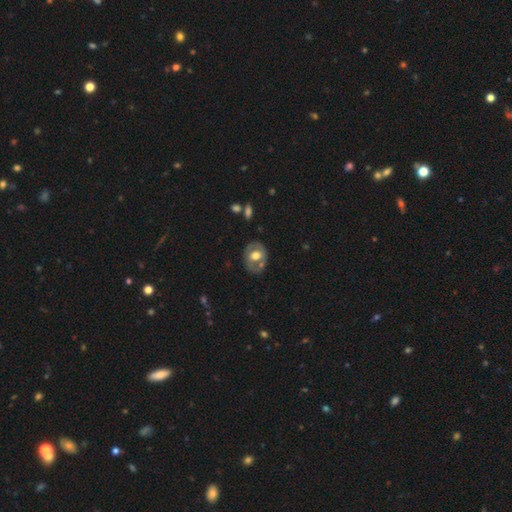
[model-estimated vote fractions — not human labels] smooth-or-featured: featured or disk: 51% | smooth: 43% | star or artifact: 6%
  disk-edge-on: no: 94% | yes: 6%
  merging: none: 66% | minor disturbance: 19% | merger: 8% | major disturbance: 7%